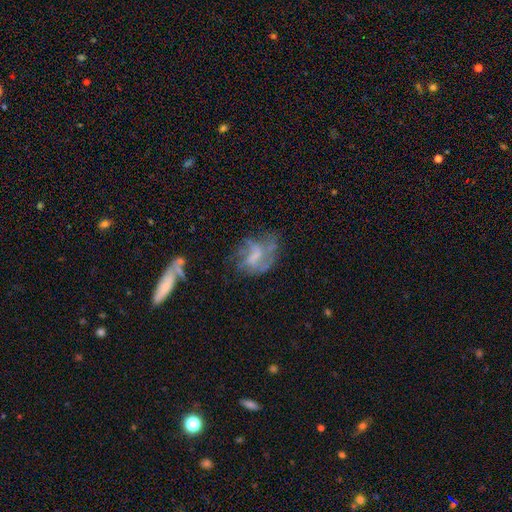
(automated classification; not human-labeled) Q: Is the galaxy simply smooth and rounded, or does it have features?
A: featured or disk — 64%.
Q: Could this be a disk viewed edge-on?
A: no — 97%.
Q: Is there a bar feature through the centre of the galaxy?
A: no — 45%.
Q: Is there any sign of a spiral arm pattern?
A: yes — 64%.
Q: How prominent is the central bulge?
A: none — 44%.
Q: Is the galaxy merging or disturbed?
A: none — 42%.